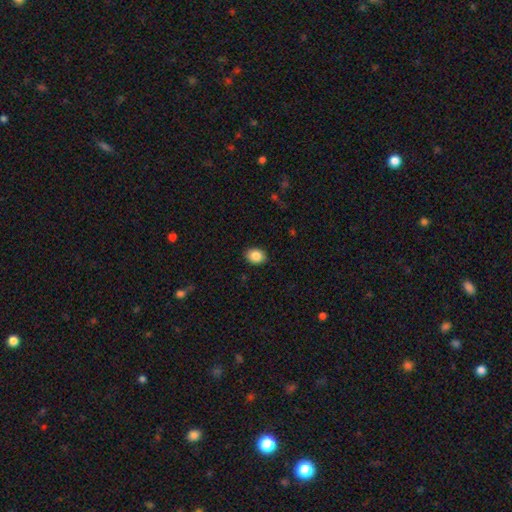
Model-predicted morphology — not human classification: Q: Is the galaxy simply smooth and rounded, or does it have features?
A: smooth — 86%.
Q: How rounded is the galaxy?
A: in between — 66%.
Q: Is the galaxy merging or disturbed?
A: none — 89%.